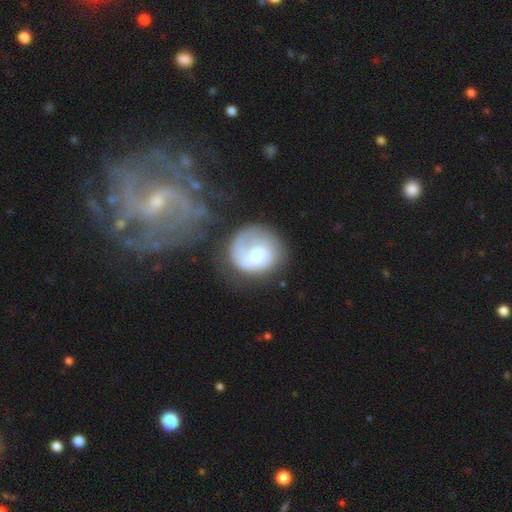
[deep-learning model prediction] Q: Smooth or featured?
A: featured or disk (58%); runner-up: smooth (35%)
Q: Edge-on disk?
A: no (98%); runner-up: yes (2%)
Q: Bar?
A: no (45%); runner-up: weak (44%)
Q: Spiral arms?
A: yes (73%); runner-up: no (27%)
Q: Bulge size?
A: moderate (56%); runner-up: small (26%)
Q: Merging?
A: none (50%); runner-up: major disturbance (23%)